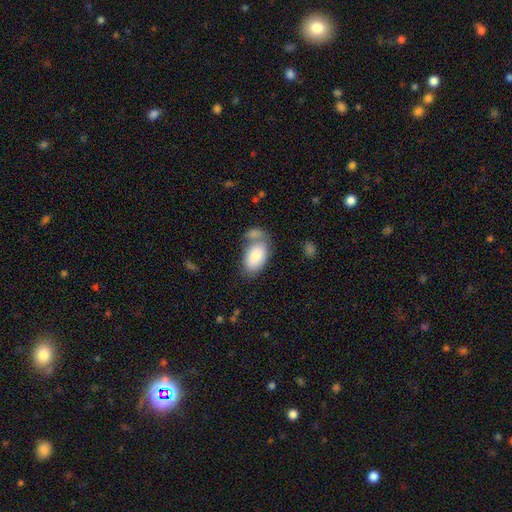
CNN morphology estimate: This is clearly a smooth galaxy (81%). How rounded: clearly in between (93%). Merging: marginally none (41%).